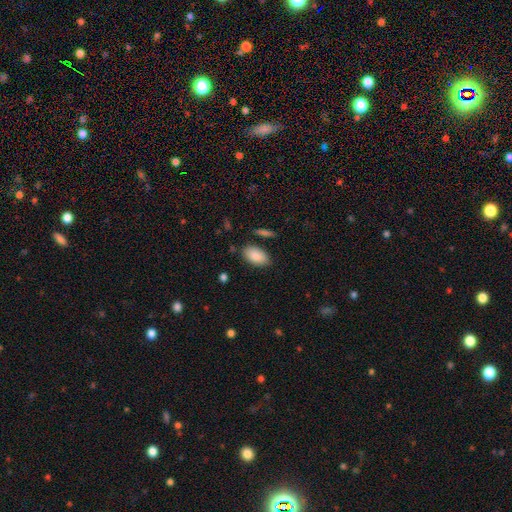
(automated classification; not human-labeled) A smooth galaxy with no disk features (87%) that is in between round and cigar-shaped (94%).

Vote fractions:
- Smooth or featured? smooth: 87% / star or artifact: 6% / featured or disk: 6%
- How rounded? in between: 94% / round: 5% / cigar-shaped: 2%
- Merging? none: 82% / minor disturbance: 12% / merger: 3% / major disturbance: 3%